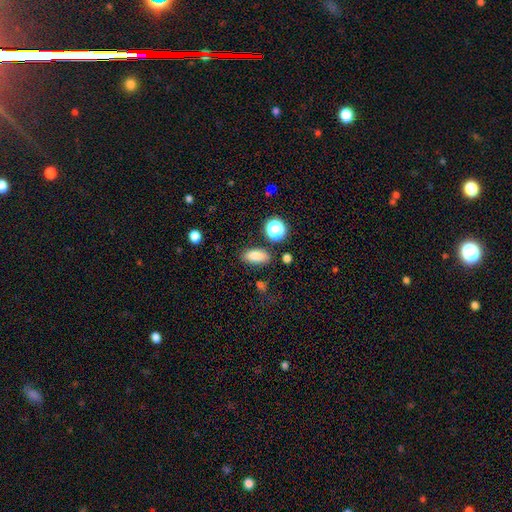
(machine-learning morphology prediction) A smooth galaxy with no disk features (82%) that is in between round and cigar-shaped (87%). Merging: none (81%).